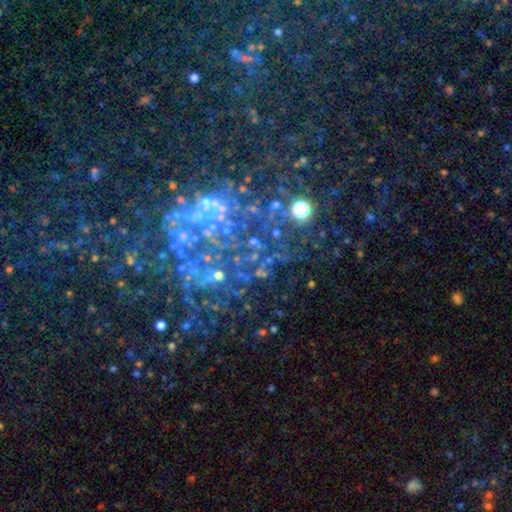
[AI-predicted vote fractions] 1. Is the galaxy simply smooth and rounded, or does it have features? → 55% star or artifact, 31% featured or disk, 14% smooth.